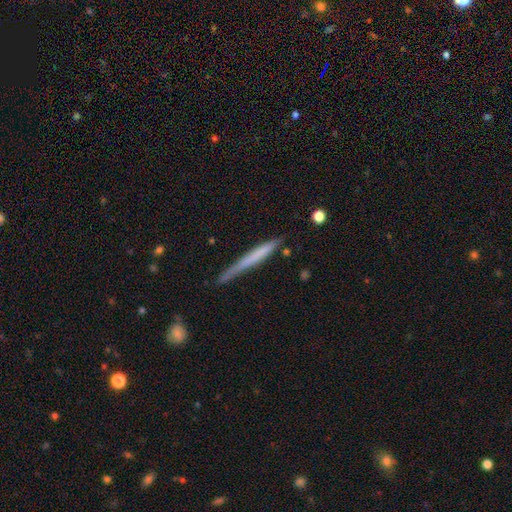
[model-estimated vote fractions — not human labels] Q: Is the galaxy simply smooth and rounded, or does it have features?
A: smooth — 56%.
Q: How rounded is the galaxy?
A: cigar-shaped — 96%.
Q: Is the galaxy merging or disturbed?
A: none — 70%.